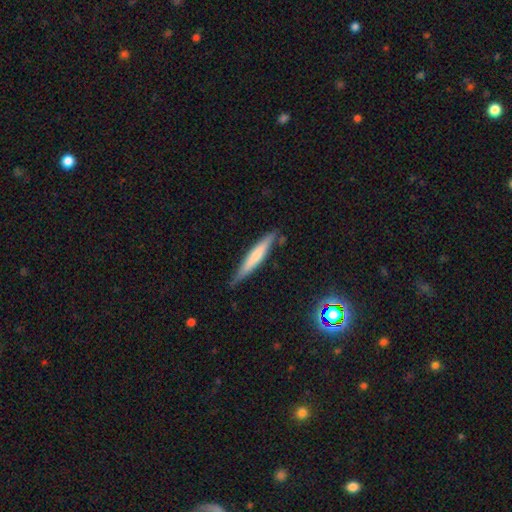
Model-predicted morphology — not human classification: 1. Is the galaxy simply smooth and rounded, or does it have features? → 56% smooth, 38% featured or disk, 6% star or artifact.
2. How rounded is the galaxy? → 93% cigar-shaped, 6% in between, 1% round.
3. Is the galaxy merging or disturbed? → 80% none, 16% minor disturbance, 2% major disturbance, 2% merger.